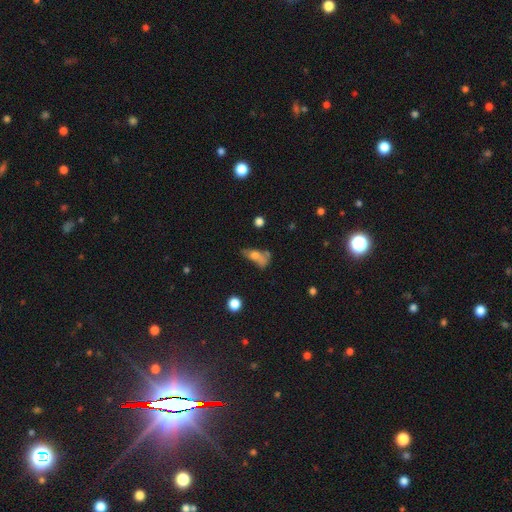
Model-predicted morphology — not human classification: This is possibly a smooth galaxy (58%). How rounded: likely in between (67%). Merging: marginally major disturbance (27%, tied with none).